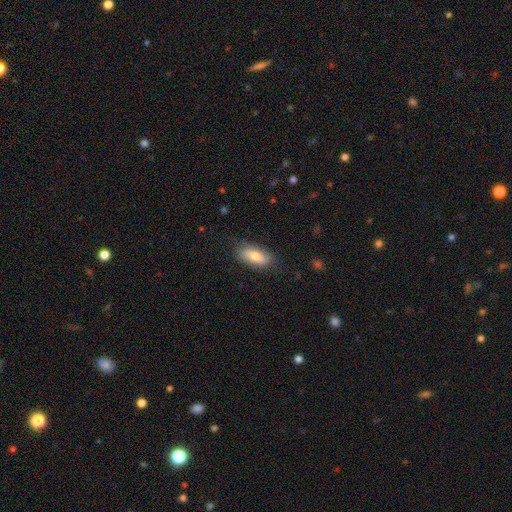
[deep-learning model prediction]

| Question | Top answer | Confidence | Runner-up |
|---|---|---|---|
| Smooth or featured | smooth | 73% | featured or disk (20%) |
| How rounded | in between | 84% | cigar-shaped (13%) |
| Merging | none | 77% | minor disturbance (17%) |